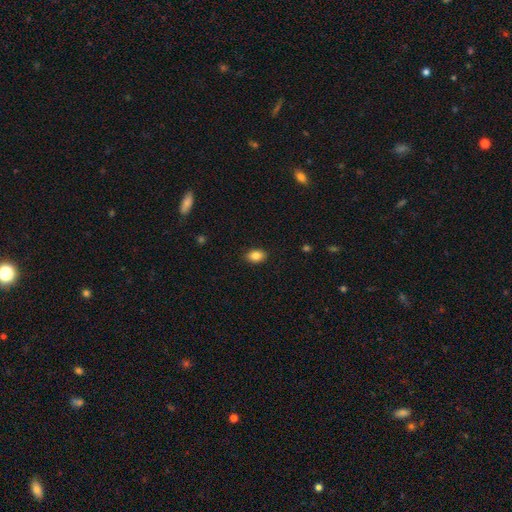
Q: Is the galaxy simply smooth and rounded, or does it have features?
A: smooth — 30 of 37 (81%).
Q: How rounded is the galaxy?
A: in between — 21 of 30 (70%).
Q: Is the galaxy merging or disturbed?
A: none — 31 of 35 (89%).